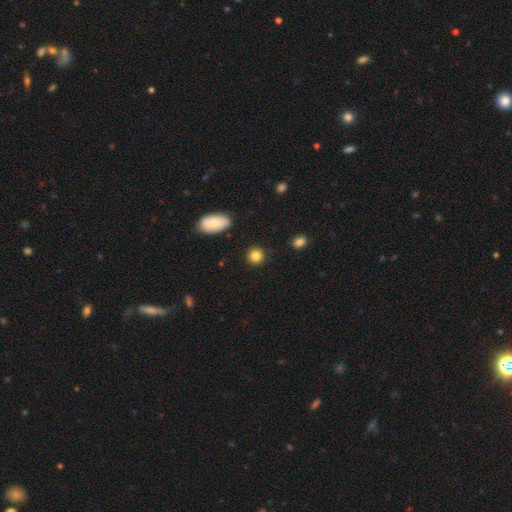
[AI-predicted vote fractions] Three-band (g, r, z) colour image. It shows a smooth galaxy with no disk features (85%) that is round (88%). Merging: none (87%).